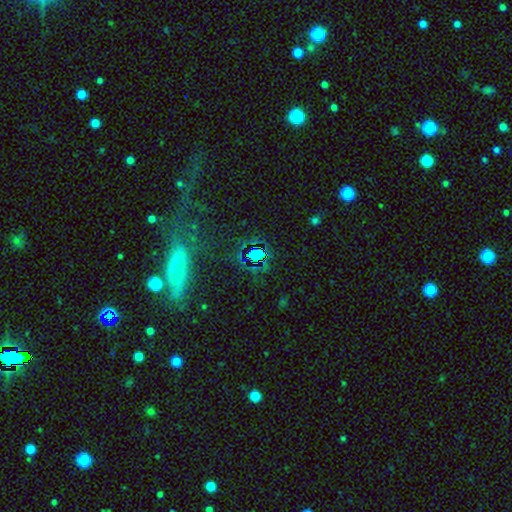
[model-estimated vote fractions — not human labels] Smooth or featured? star or artifact (72%)